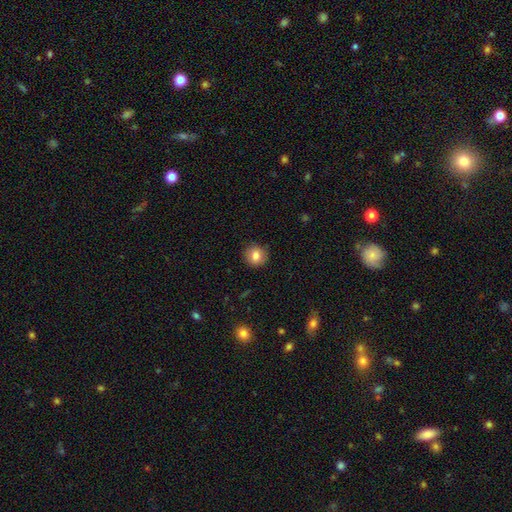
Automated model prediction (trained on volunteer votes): A smooth galaxy with no disk features (82%) that is round (92%). Merging: none (89%).